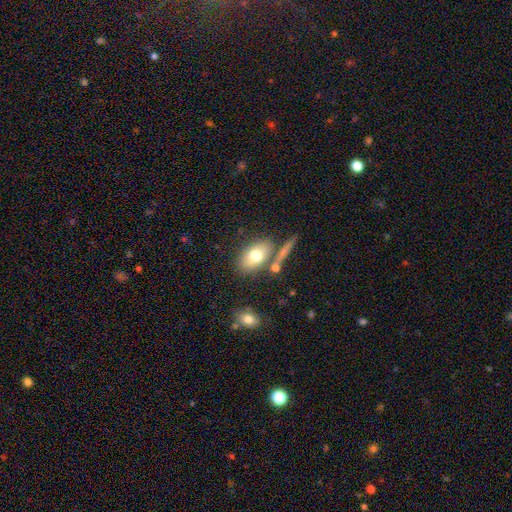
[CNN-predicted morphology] A smooth galaxy with no disk features (72%) that is in between round and cigar-shaped (87%).

Vote fractions:
- Smooth or featured? smooth: 72% / featured or disk: 20% / star or artifact: 8%
- How rounded? in between: 87% / round: 10% / cigar-shaped: 3%
- Merging? none: 65% / merger: 16% / minor disturbance: 14% / major disturbance: 5%